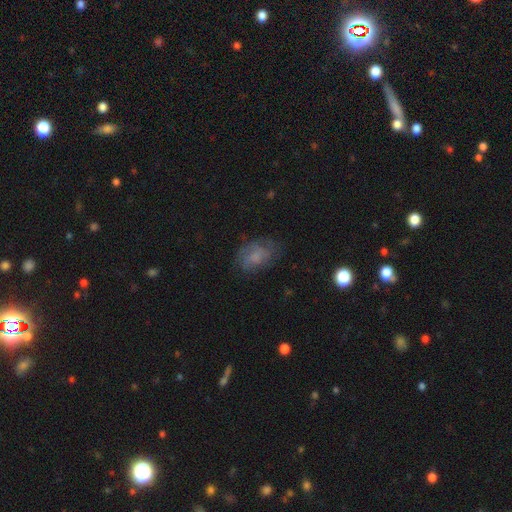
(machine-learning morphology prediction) type=smooth (55%); roundness=in between (81%); merging=none (63%).